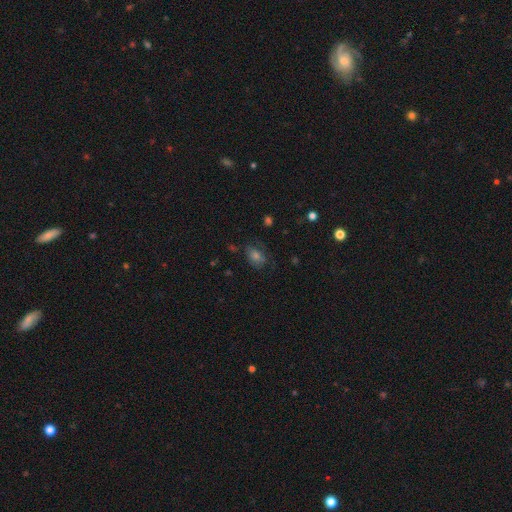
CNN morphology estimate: Q: Smooth or featured?
A: smooth (53%); runner-up: star or artifact (24%)
Q: How rounded?
A: in between (68%); runner-up: round (30%)
Q: Merging?
A: none (68%); runner-up: minor disturbance (20%)